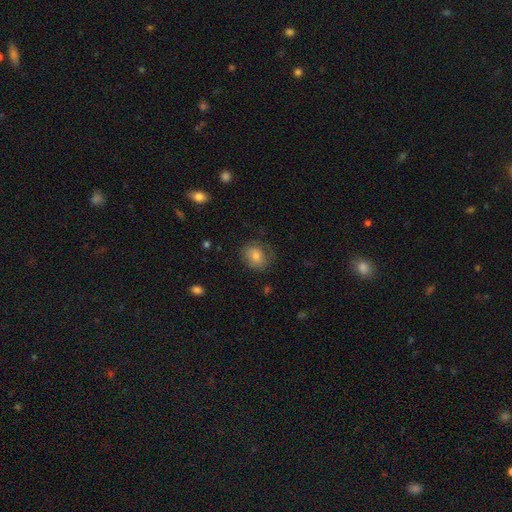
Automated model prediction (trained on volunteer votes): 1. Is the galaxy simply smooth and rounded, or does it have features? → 68% smooth, 22% featured or disk, 10% star or artifact.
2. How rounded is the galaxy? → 59% round, 40% in between, 1% cigar-shaped.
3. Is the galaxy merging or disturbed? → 68% none, 20% minor disturbance, 10% major disturbance, 1% merger.